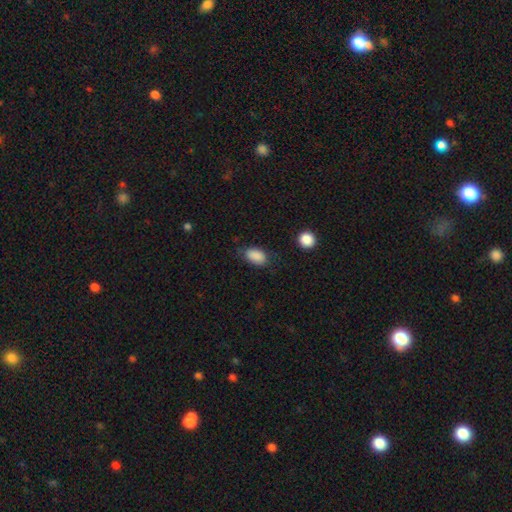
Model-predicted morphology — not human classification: Smooth or featured? smooth (88%)
How rounded? in between (90%)
Merging? none (70%)